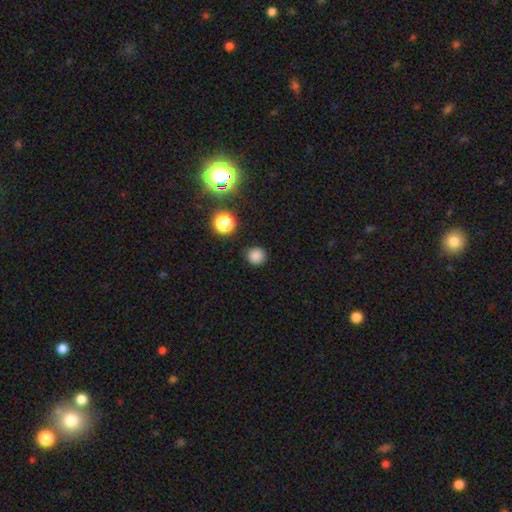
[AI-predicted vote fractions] Morphology: type=smooth (81%); roundness=round (93%); merging=none (87%).